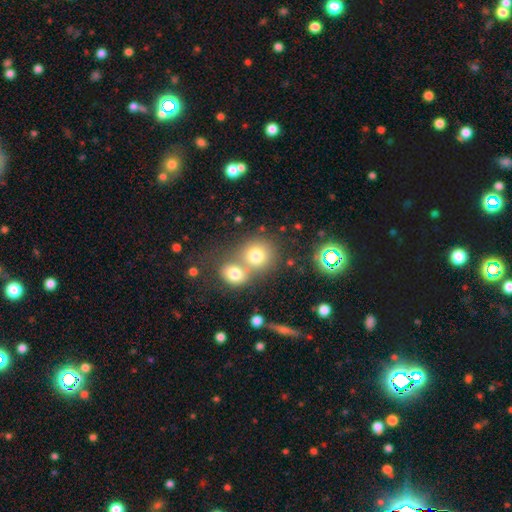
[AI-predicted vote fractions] smooth 74%, star or artifact 13%, featured or disk 12%. Down the decision tree: how rounded — round (83%); merging — merger (49%).